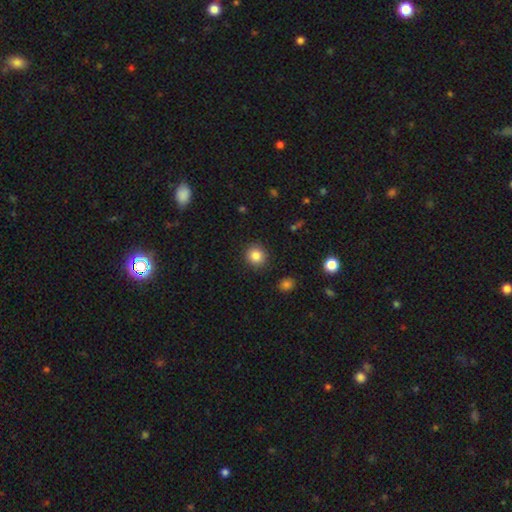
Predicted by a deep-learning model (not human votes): Smooth or featured? smooth (84%)
How rounded? round (89%)
Merging? none (91%)